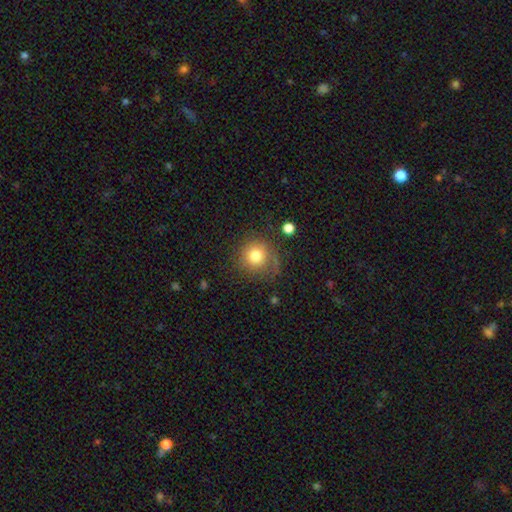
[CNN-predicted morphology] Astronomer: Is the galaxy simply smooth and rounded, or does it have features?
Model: smooth — 77%.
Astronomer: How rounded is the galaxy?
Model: round — 88%.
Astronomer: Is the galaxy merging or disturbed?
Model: none — 64%.